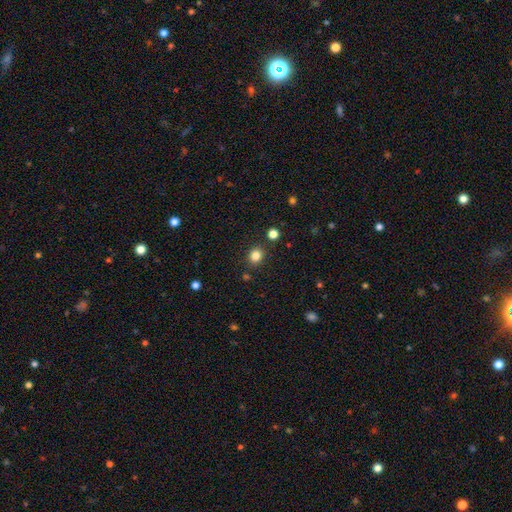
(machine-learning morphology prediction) type=smooth (83%); roundness=round (73%); merging=none (87%).